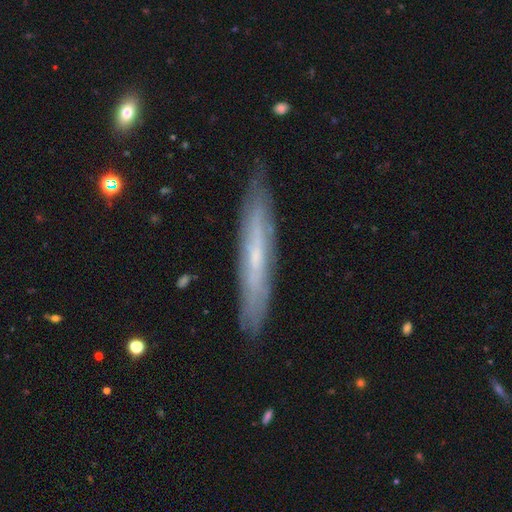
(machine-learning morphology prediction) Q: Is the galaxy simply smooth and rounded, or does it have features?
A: featured or disk — 60%.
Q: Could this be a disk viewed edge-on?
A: yes — 76%.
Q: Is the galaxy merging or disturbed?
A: none — 83%.